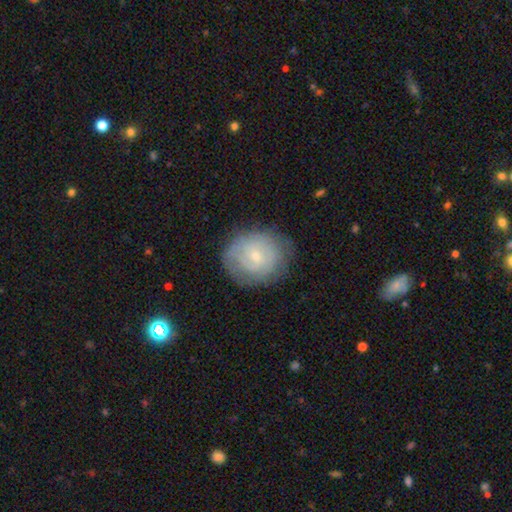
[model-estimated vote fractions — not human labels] featured or disk 53%, smooth 40%, star or artifact 7%. Down the decision tree: edge-on disk — no (97%); bar — no (72%); spiral arms — yes (70%); bulge size — small (75%); merging — none (74%).